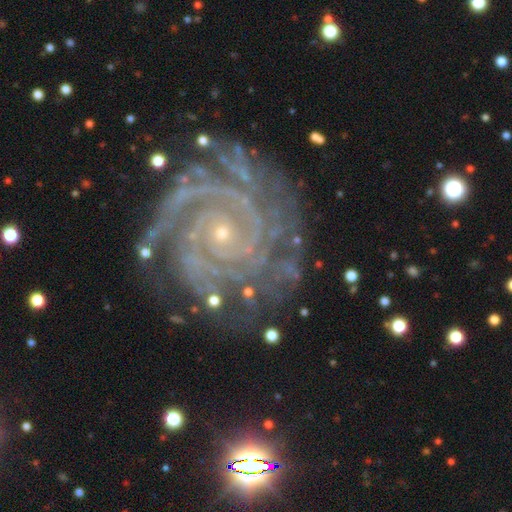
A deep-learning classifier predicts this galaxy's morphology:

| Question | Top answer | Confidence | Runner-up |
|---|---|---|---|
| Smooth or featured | featured or disk | 92% | star or artifact (5%) |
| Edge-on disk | no | 98% | yes (2%) |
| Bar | no | 77% | weak (15%) |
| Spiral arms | yes | 99% | no (1%) |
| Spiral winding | tight | 85% | medium (14%) |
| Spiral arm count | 2 | 31% | 3 (23%) |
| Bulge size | small | 85% | moderate (12%) |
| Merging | none | 74% | minor disturbance (18%) |